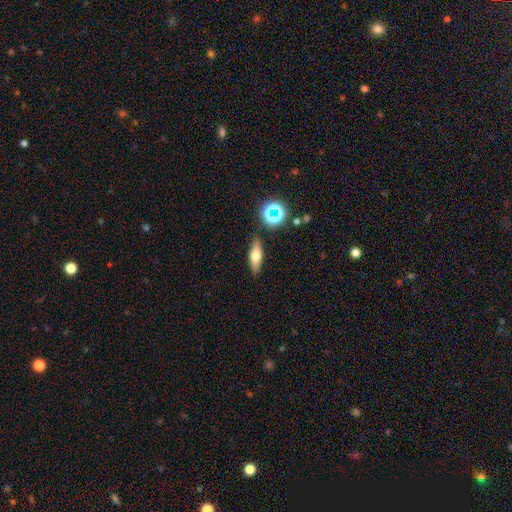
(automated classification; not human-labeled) smooth-or-featured: smooth: 60% | featured or disk: 29% | star or artifact: 11%
  how-rounded: in between: 52% | cigar-shaped: 42% | round: 6%
  merging: none: 85% | minor disturbance: 10% | merger: 3% | major disturbance: 3%